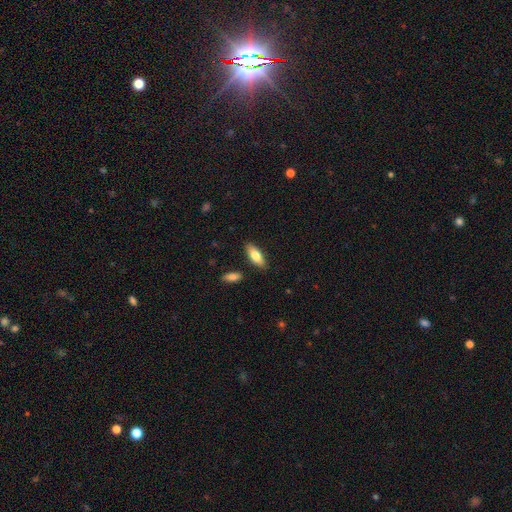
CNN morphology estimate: Smooth or featured? smooth (78%)
How rounded? in between (70%)
Merging? none (84%)